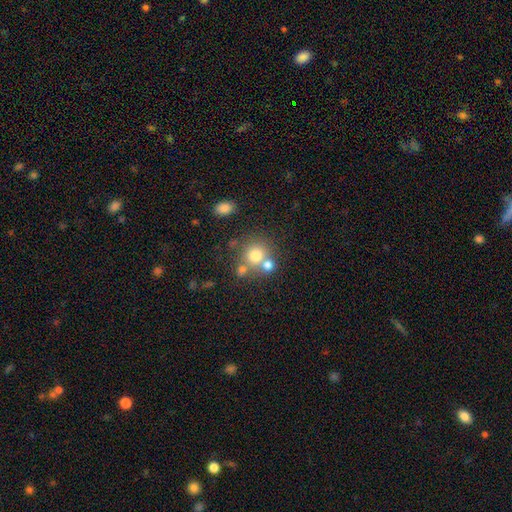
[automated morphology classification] smooth 72%, featured or disk 14%, star or artifact 13%. Down the decision tree: how rounded — round (85%); merging — none (51%).